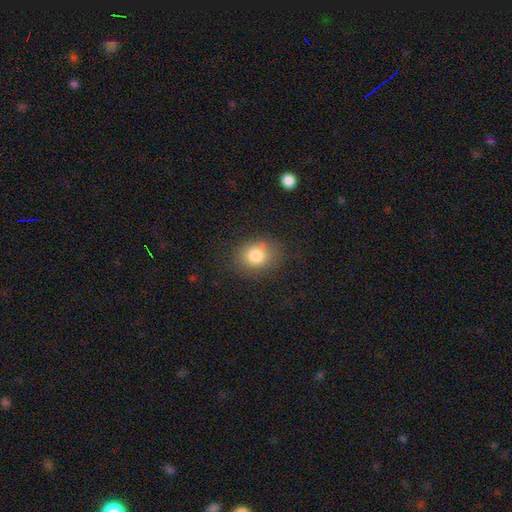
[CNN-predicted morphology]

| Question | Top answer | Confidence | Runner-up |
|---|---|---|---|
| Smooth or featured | smooth | 81% | star or artifact (10%) |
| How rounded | round | 62% | in between (37%) |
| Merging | none | 79% | minor disturbance (14%) |